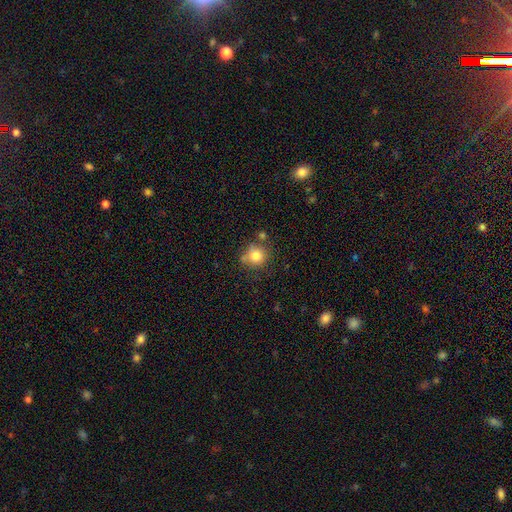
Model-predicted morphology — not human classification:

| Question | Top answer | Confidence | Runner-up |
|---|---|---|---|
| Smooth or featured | smooth | 82% | star or artifact (11%) |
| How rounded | round | 89% | in between (10%) |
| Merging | none | 69% | minor disturbance (15%) |